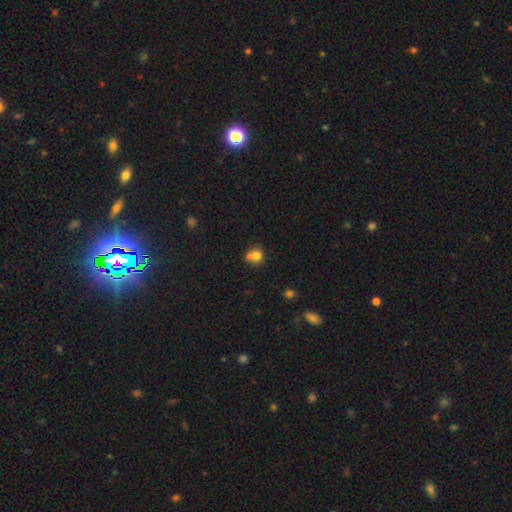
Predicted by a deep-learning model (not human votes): smooth 75%, featured or disk 14%, star or artifact 12%. Down the decision tree: how rounded — round (76%); merging — merger (43%).